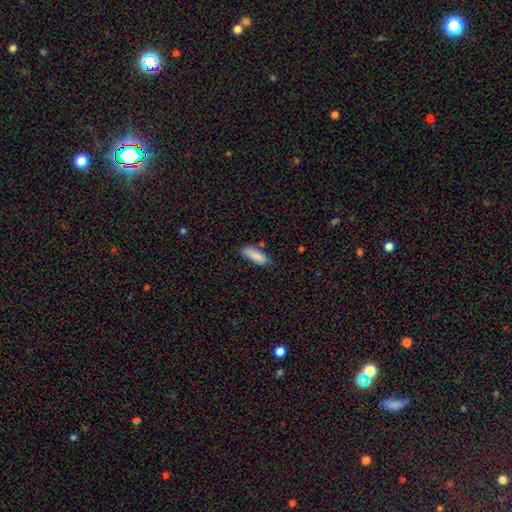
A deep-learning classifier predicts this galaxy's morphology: Q: Smooth or featured?
A: smooth (84%); runner-up: featured or disk (9%)
Q: How rounded?
A: in between (57%); runner-up: cigar-shaped (42%)
Q: Merging?
A: none (73%); runner-up: minor disturbance (20%)